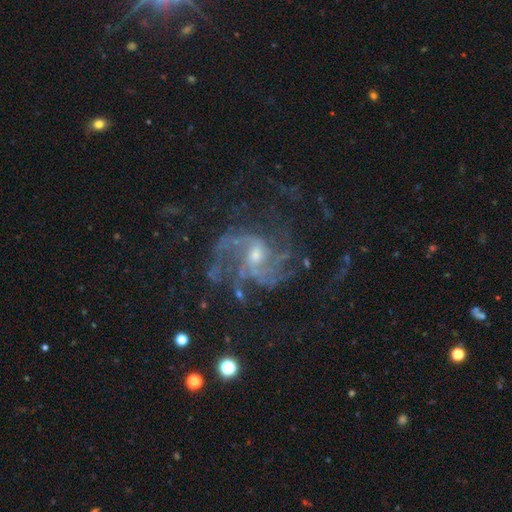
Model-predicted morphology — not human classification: Smooth or featured? featured or disk (86%)
Edge-on disk? no (98%)
Bar? no (53%)
Spiral arms? yes (95%)
Spiral winding? medium (49%)
Spiral arm count? 3 (23%, tied with can't tell)
Bulge size? small (50%)
Merging? none (58%)